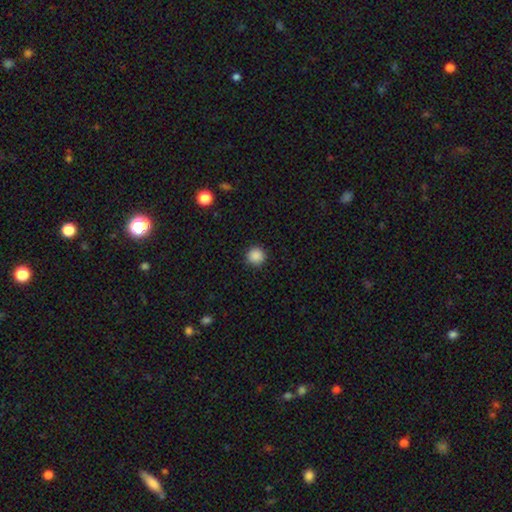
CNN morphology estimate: smooth-or-featured: smooth: 87% | star or artifact: 10% | featured or disk: 3%
  how-rounded: round: 95% | in between: 4% | cigar-shaped: 1%
  merging: none: 91% | minor disturbance: 6% | major disturbance: 2% | merger: 1%